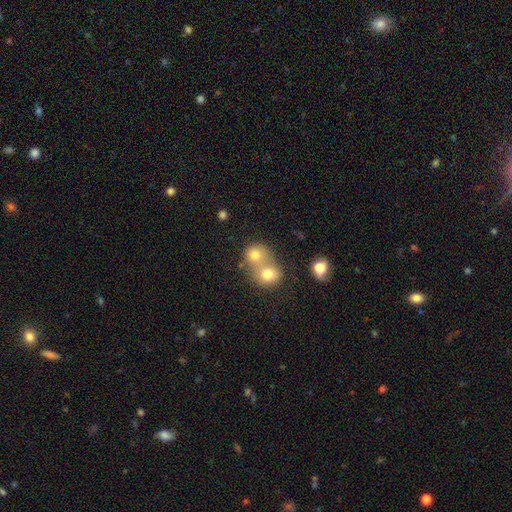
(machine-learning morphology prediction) type=smooth (70%); roundness=round (78%); merging=merger (65%).